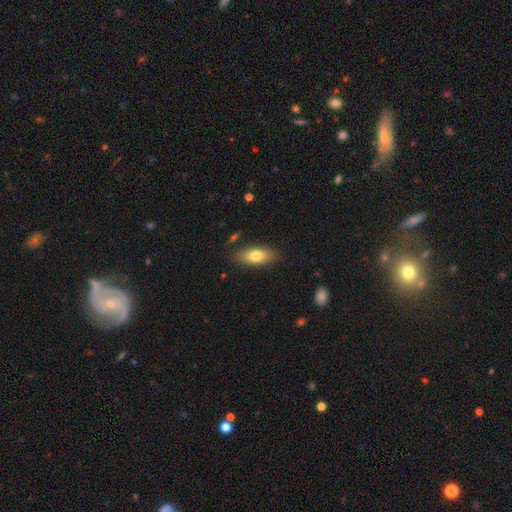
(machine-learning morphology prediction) smooth-or-featured: smooth: 77% | featured or disk: 16% | star or artifact: 7%
  how-rounded: in between: 80% | cigar-shaped: 16% | round: 3%
  merging: none: 83% | minor disturbance: 12% | major disturbance: 3% | merger: 2%